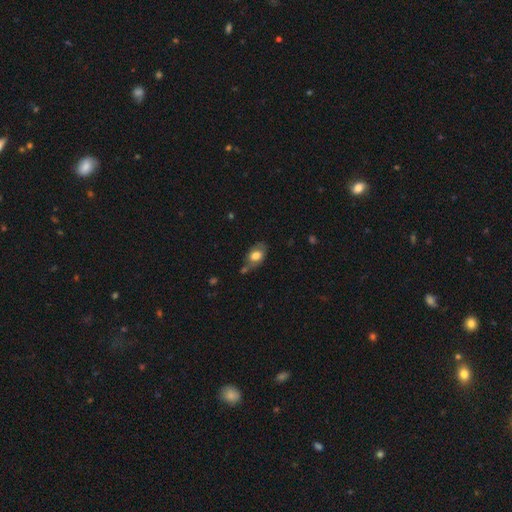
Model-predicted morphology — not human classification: Smooth or featured? Predicted: smooth (p=0.69). How rounded? Predicted: in between (p=0.84). Merging? Predicted: none (p=0.50).